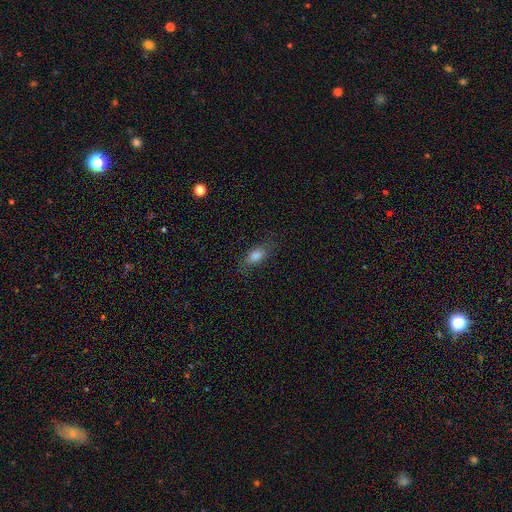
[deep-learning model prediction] Smooth or featured?
  - smooth: 77% *
  - featured or disk: 13%
  - star or artifact: 10%
How rounded?
  - in between: 78% *
  - cigar-shaped: 14%
  - round: 8%
Merging?
  - none: 78% *
  - minor disturbance: 16%
  - major disturbance: 5%
  - merger: 1%